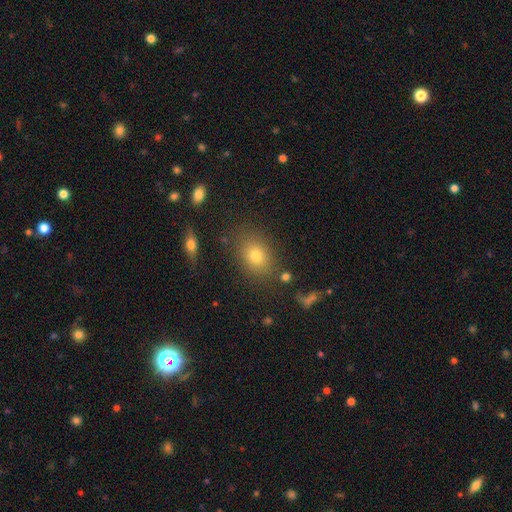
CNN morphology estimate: A smooth galaxy with no disk features (73%) that is in between round and cigar-shaped (64%).

Vote fractions:
- Smooth or featured? smooth: 73% / star or artifact: 15% / featured or disk: 12%
- How rounded? in between: 64% / round: 34% / cigar-shaped: 2%
- Merging? none: 80% / minor disturbance: 12% / major disturbance: 4% / merger: 4%